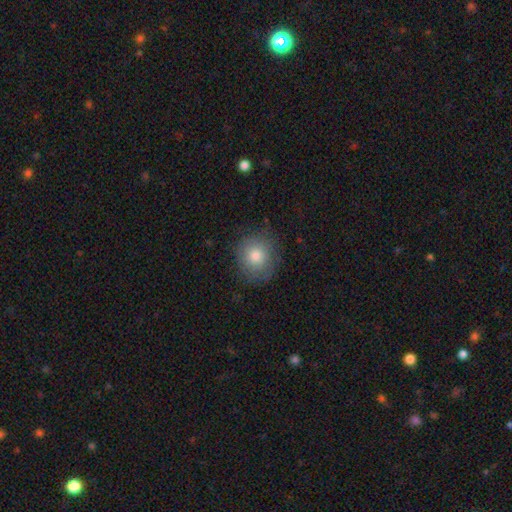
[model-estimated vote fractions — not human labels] Smooth or featured?
  - smooth: 79% *
  - featured or disk: 12%
  - star or artifact: 9%
How rounded?
  - round: 86% *
  - in between: 13%
  - cigar-shaped: 1%
Merging?
  - none: 81% *
  - minor disturbance: 14%
  - major disturbance: 4%
  - merger: 1%